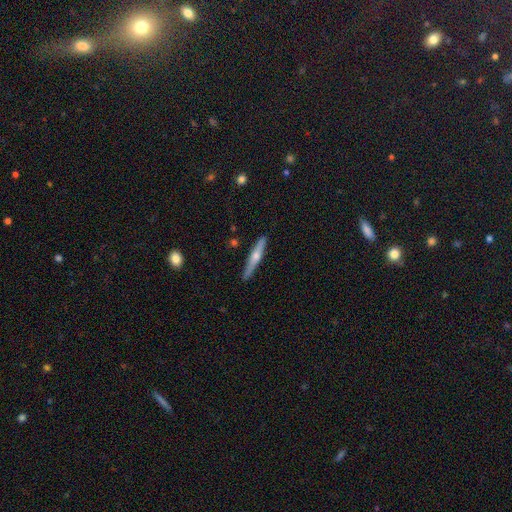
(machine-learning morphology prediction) This appears to be a featured or disk galaxy (63%) viewed edge-on (97%) with a rounded central bulge (87%). Merging: none (89%).